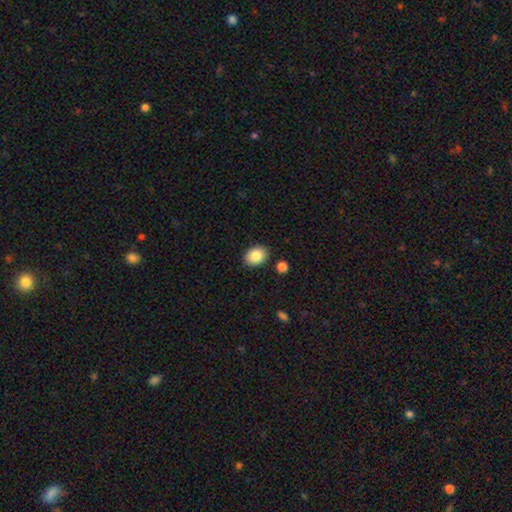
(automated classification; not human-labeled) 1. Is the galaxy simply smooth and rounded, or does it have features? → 86% smooth, 8% star or artifact, 7% featured or disk.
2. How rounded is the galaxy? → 71% in between, 28% round, 1% cigar-shaped.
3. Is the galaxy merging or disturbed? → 87% none, 9% minor disturbance, 2% merger, 2% major disturbance.